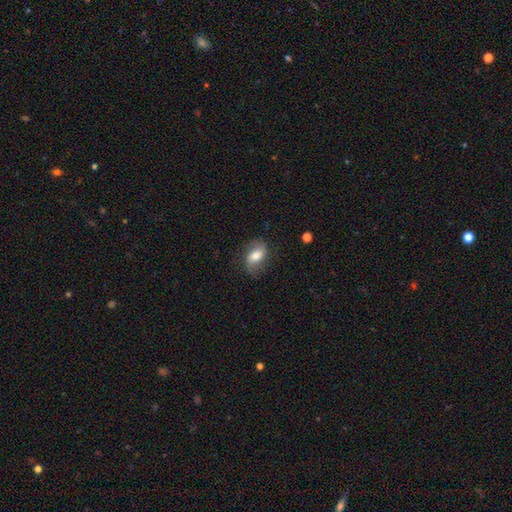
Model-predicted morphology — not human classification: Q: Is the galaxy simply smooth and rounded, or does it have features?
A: smooth — 46%.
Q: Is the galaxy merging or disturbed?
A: none — 70%.